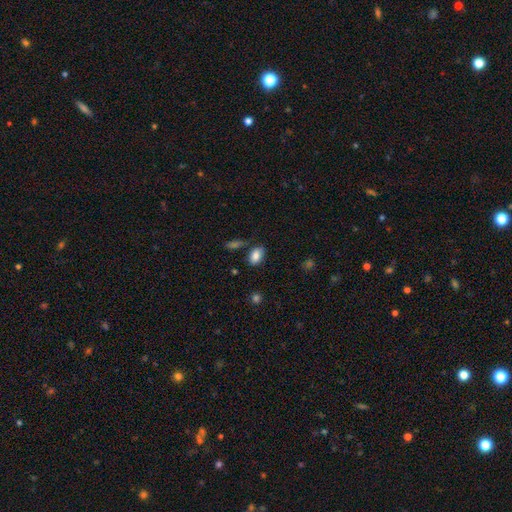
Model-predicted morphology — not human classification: Smooth or featured: smooth — 84% (featured or disk — 9%)
How rounded: in between — 90% (round — 8%)
Merging: none — 78% (minor disturbance — 14%)